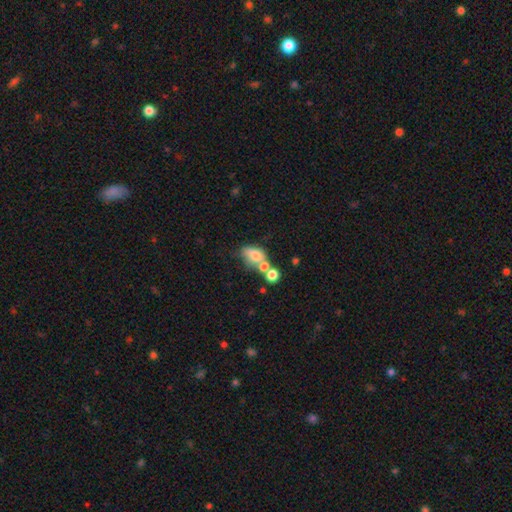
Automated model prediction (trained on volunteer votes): A smooth galaxy with no disk features (68%) that is in between round and cigar-shaped (74%). Merging: merger (44%).